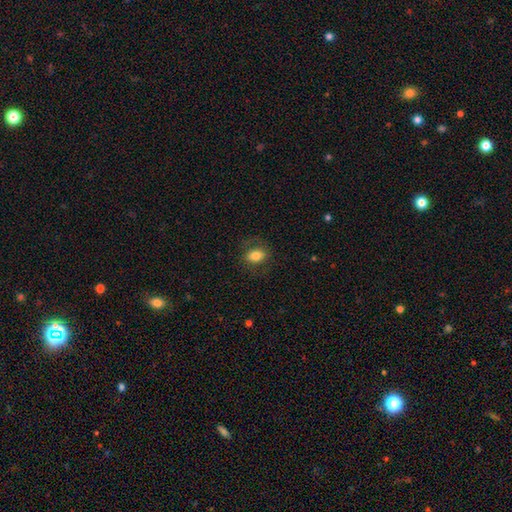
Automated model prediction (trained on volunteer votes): Smooth or featured? smooth (76%)
How rounded? in between (70%)
Merging? none (78%)